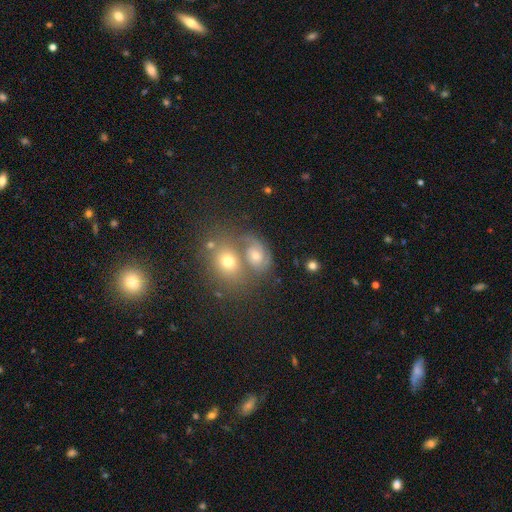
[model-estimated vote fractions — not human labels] Overall: featured or disk (59%; smooth 28%). Edge-on disk: no (97%). Bar: no (71%). Spiral arms: yes (84%). Bulge size: moderate (53%; small 35%). Merging: none (39%; merger 38%).